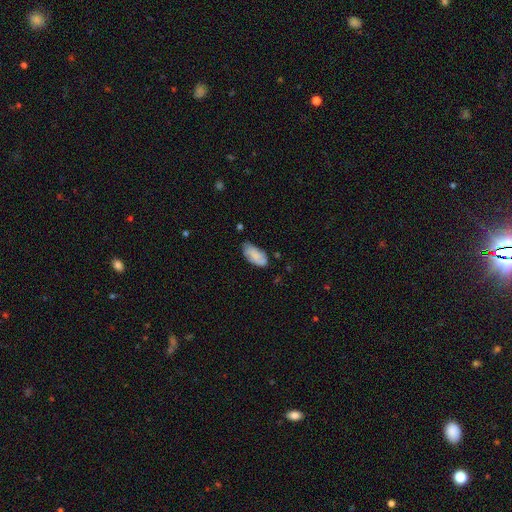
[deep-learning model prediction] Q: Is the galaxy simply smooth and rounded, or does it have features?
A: smooth — 70%.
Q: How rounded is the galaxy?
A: in between — 92%.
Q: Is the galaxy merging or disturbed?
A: none — 60%.